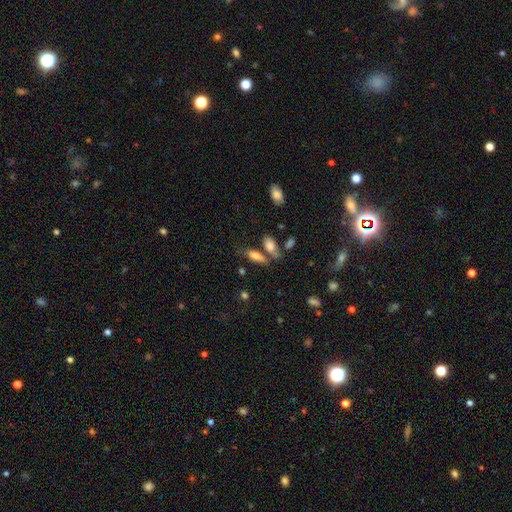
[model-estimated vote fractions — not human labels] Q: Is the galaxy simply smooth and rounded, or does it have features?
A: smooth — 76%.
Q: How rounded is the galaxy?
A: in between — 68%.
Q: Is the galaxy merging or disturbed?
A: none — 55%.